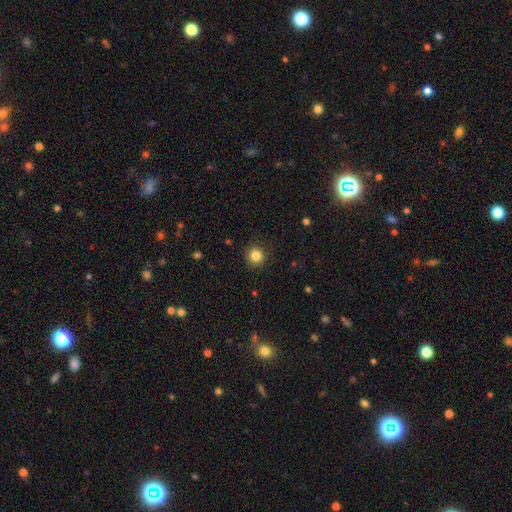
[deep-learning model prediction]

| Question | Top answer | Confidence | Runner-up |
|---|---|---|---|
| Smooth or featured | smooth | 85% | star or artifact (11%) |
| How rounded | round | 94% | in between (5%) |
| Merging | none | 90% | minor disturbance (6%) |